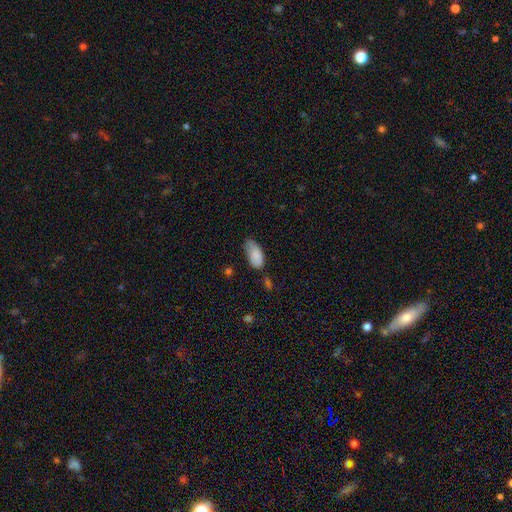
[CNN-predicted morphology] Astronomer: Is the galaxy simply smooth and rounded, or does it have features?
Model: smooth — 85%.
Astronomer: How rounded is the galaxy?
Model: in between — 93%.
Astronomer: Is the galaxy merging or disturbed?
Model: minor disturbance — 42%, tied with none at 42%.